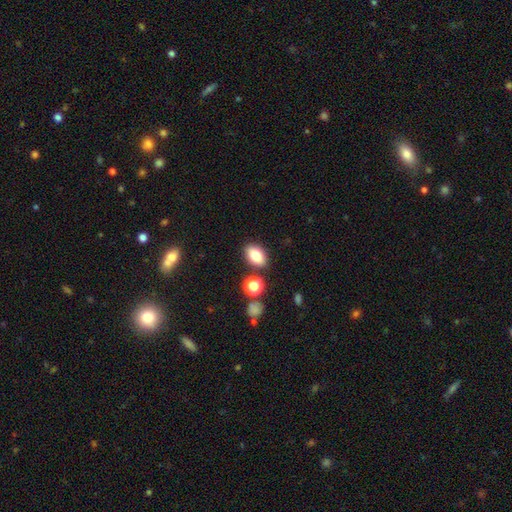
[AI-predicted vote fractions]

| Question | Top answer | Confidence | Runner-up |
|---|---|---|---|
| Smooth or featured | smooth | 80% | star or artifact (10%) |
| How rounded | in between | 83% | round (15%) |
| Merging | none | 82% | minor disturbance (10%) |